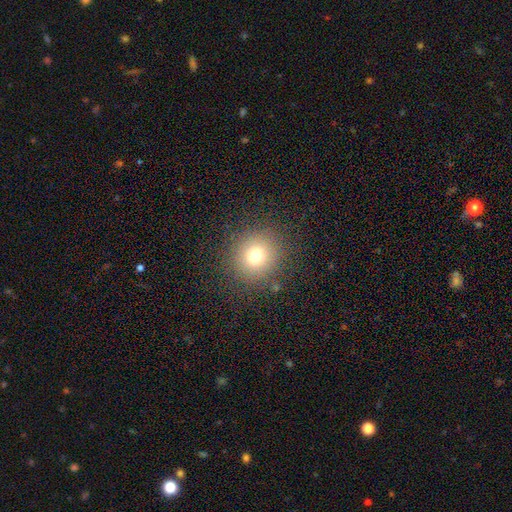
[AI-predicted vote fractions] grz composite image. It shows a smooth galaxy with no disk features (75%) that is round (90%). Merging: none (87%).